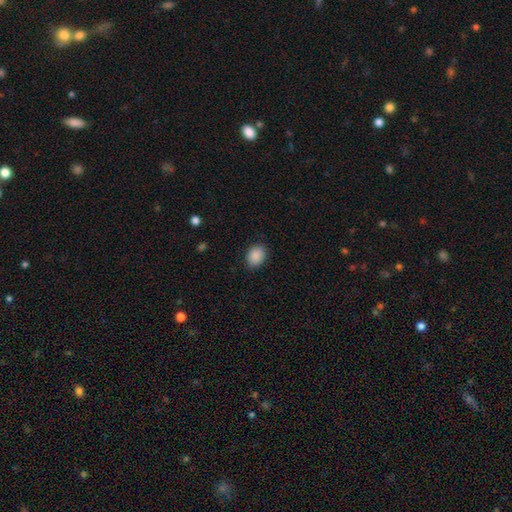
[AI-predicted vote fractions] The model was most divided on "how rounded": in between: 57%, round: 43%, cigar-shaped: 1%. More confident: smooth or featured — smooth (89%); merging — none (86%).